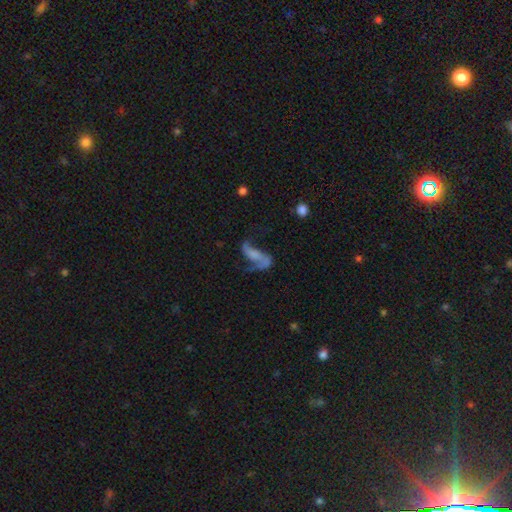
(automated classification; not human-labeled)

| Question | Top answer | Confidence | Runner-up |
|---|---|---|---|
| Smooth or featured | featured or disk | 71% | smooth (19%) |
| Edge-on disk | no | 94% | yes (6%) |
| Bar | no | 50% | weak (30%) |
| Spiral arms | yes | 85% | no (15%) |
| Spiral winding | loose | 77% | medium (18%) |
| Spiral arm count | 2 | 76% | 1 (18%) |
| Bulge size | none | 52% | small (24%) |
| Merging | none | 40% | major disturbance (35%) |